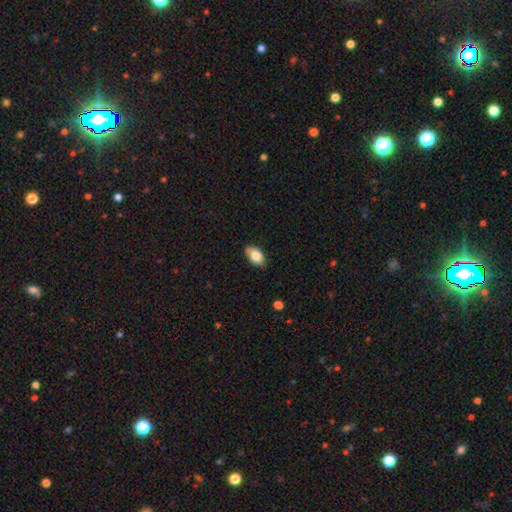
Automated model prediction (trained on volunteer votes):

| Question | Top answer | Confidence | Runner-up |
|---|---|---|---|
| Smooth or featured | smooth | 83% | featured or disk (10%) |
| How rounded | in between | 90% | round (8%) |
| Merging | none | 78% | minor disturbance (18%) |